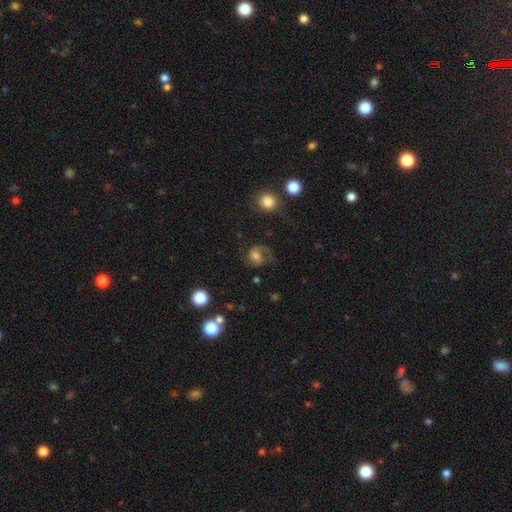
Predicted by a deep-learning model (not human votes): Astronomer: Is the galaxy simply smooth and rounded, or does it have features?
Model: featured or disk — 50% (runner-up: smooth, 39%).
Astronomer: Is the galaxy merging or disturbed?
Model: none — 49% (runner-up: major disturbance, 27%).